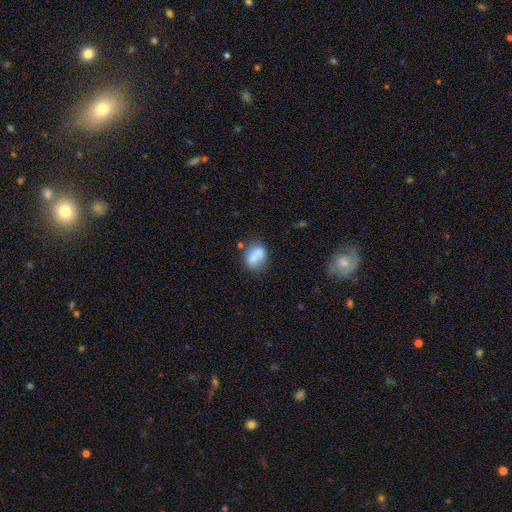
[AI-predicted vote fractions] Q: Smooth or featured?
A: smooth (79%); runner-up: featured or disk (12%)
Q: How rounded?
A: in between (69%); runner-up: round (29%)
Q: Merging?
A: none (55%); runner-up: minor disturbance (24%)